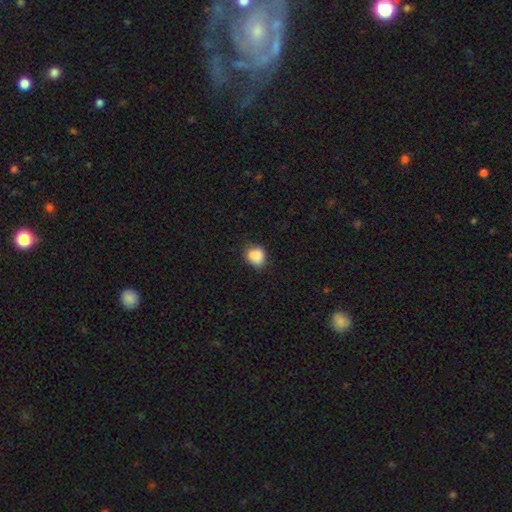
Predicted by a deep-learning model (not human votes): This is clearly a smooth galaxy (83%). How rounded: possibly round (57%). Merging: possibly none (57%).